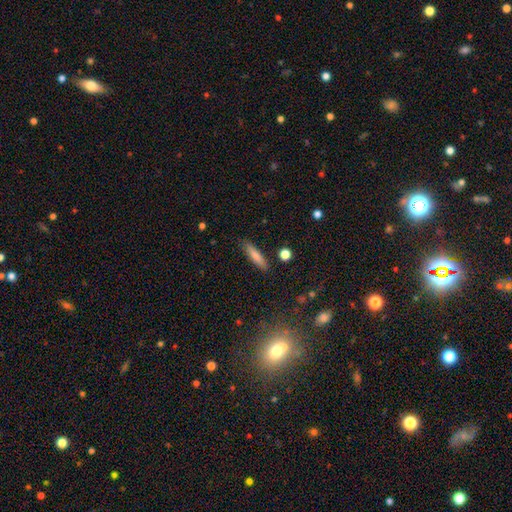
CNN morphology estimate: A smooth galaxy with no disk features (79%) that is cigar-shaped (82%).

Vote fractions:
- Smooth or featured? smooth: 79% / featured or disk: 14% / star or artifact: 7%
- How rounded? cigar-shaped: 82% / in between: 16% / round: 2%
- Merging? none: 87% / minor disturbance: 9% / major disturbance: 2% / merger: 2%